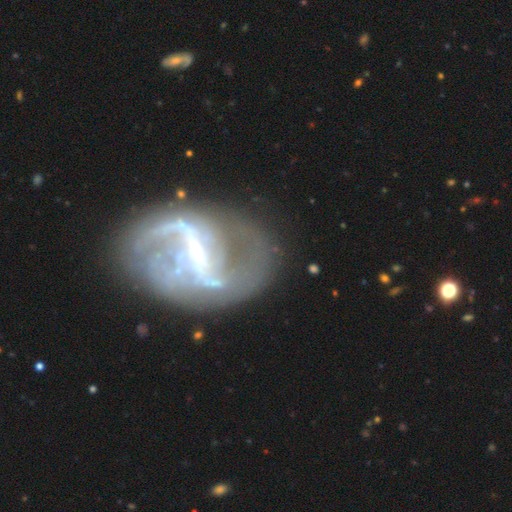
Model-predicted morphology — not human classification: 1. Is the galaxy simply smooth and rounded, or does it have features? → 86% featured or disk, 8% star or artifact, 6% smooth.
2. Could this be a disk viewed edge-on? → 97% no, 3% yes.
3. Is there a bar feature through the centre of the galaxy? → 58% strong, 32% weak, 10% no.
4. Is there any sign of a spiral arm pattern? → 90% yes, 10% no.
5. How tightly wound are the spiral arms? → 57% loose, 29% medium, 14% tight.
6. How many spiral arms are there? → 70% 2, 13% can't tell, 5% 3, 5% 1, 3% 4, 3% more than 4.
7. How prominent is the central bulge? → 71% small, 14% moderate, 11% none, 2% large, 1% dominant.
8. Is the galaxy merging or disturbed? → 64% none, 18% minor disturbance, 15% major disturbance, 4% merger.